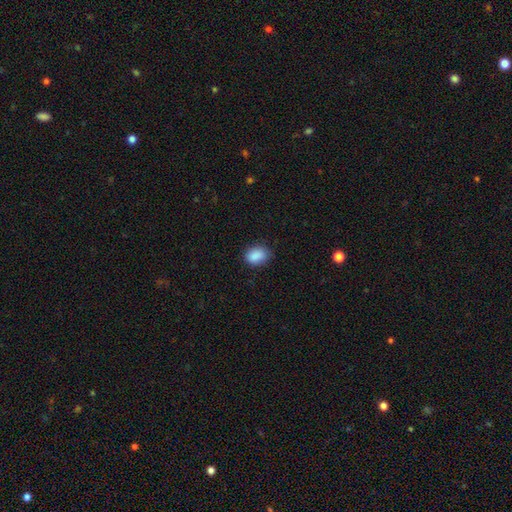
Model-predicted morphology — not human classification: smooth_or_featured: smooth (p=0.89) [alt: star or artifact p=0.08]
how_rounded: in between (p=0.73) [alt: round p=0.26]
merging: none (p=0.78) [alt: minor disturbance p=0.18]